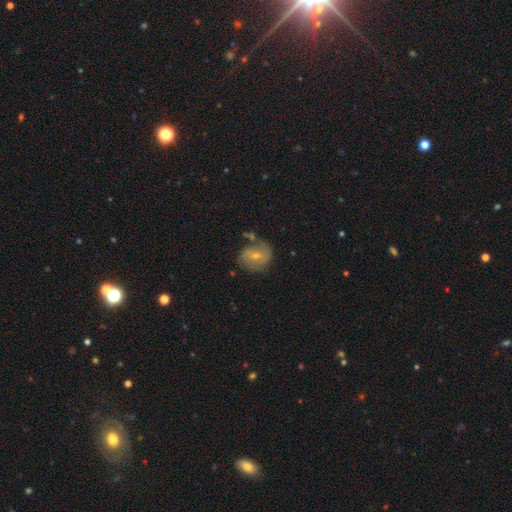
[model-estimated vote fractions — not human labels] Overall: featured or disk (50%; smooth 42%). Merging: none (60%; minor disturbance 22%).